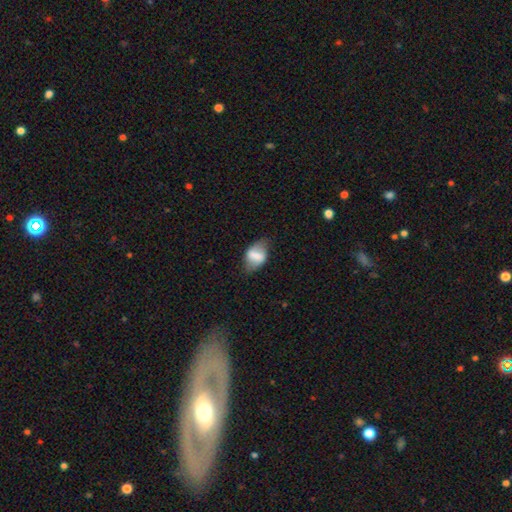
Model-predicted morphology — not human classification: This appears to be a smooth galaxy with no disk features (54%) that is in between round and cigar-shaped (84%). Merging: none (67%).